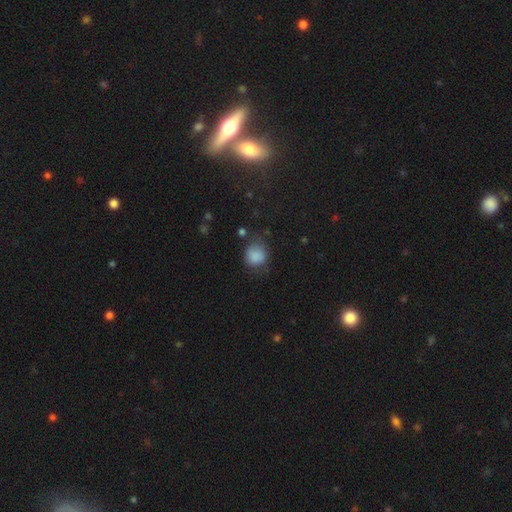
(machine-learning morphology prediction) type=smooth (84%); roundness=round (74%); merging=none (58%).